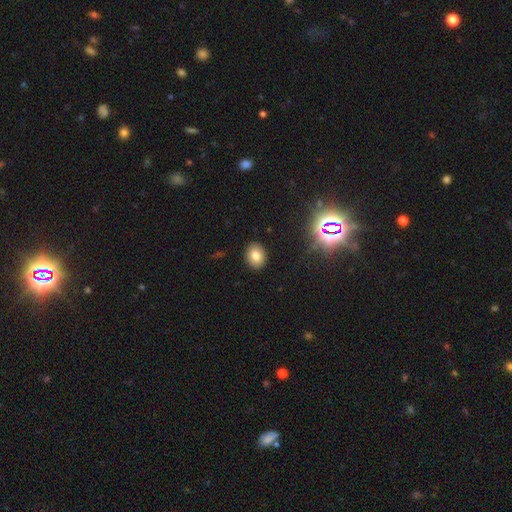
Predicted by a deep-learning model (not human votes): Q: Smooth or featured?
A: smooth (77%); runner-up: star or artifact (13%)
Q: How rounded?
A: round (54%); runner-up: in between (45%)
Q: Merging?
A: none (91%); runner-up: minor disturbance (6%)